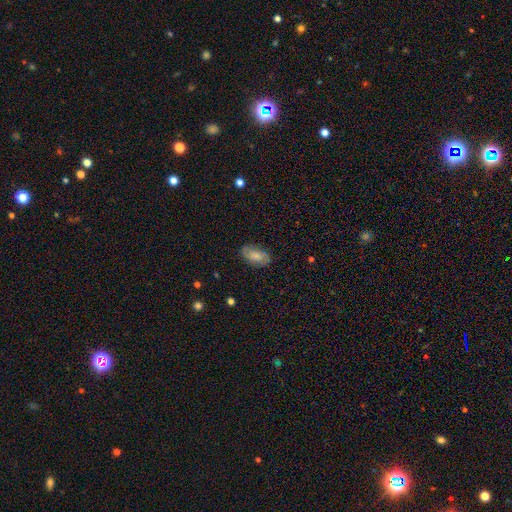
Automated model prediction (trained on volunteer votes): A smooth galaxy with no disk features (53%) that is in between round and cigar-shaped (92%). Merging: none (81%).